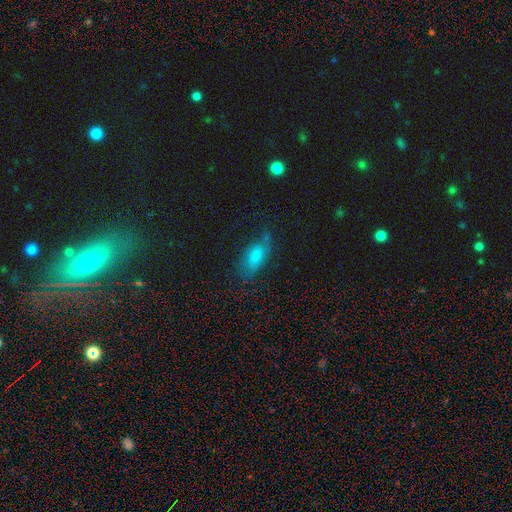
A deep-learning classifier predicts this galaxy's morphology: This appears to be a smooth galaxy with no disk features (69%) that is in between round and cigar-shaped (83%). Merging: none (61%).